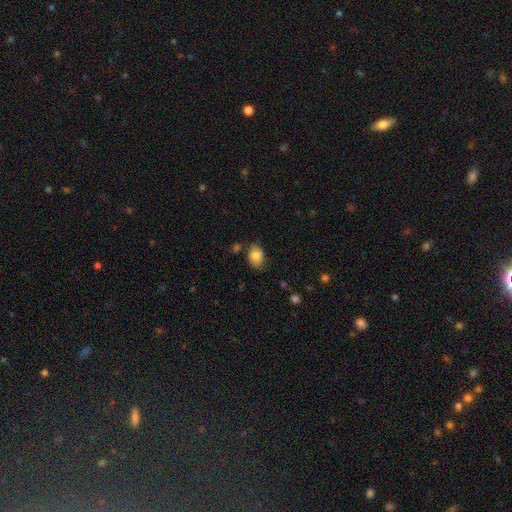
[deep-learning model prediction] This is clearly a smooth galaxy (82%). How rounded: likely in between (69%). Merging: likely none (72%).